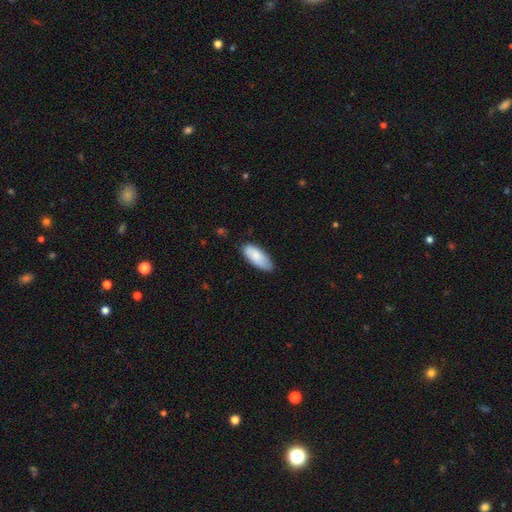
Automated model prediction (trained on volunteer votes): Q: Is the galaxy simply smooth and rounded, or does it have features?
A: smooth — 84%.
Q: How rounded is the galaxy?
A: in between — 82%.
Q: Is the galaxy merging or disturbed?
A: none — 78%.